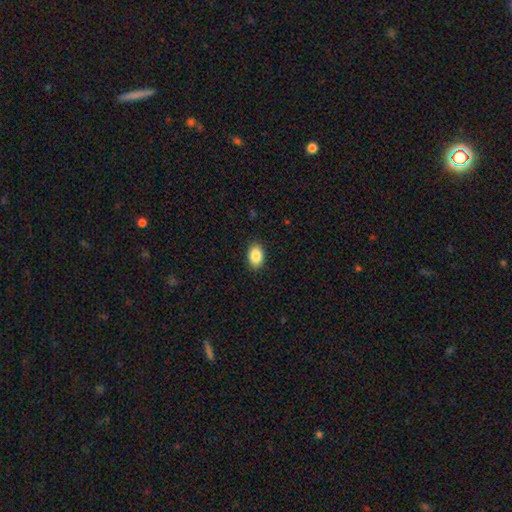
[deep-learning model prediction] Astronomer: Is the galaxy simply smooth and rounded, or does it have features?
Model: smooth — 88%.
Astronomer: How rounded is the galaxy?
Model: in between — 86%.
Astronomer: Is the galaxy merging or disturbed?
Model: none — 89%.